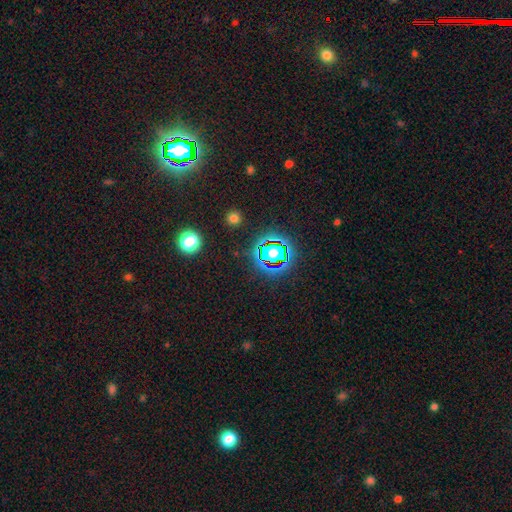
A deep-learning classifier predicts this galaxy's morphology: This is likely a star or artifact rather than a galaxy (79%).